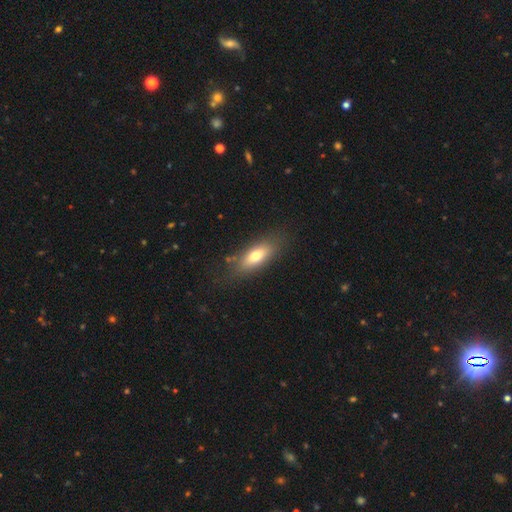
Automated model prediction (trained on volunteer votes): A smooth galaxy with no disk features (69%) that is in between round and cigar-shaped (73%). Merging: none (78%).